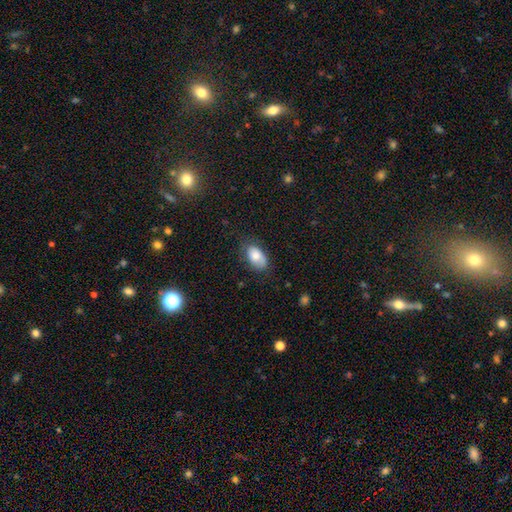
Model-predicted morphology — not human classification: A smooth galaxy with no disk features (79%) that is in between round and cigar-shaped (93%). Merging: none (66%).